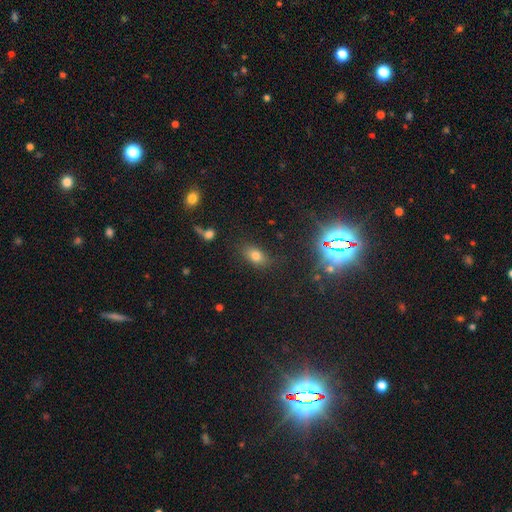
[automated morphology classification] type=smooth (72%); roundness=in between (81%); merging=none (80%).